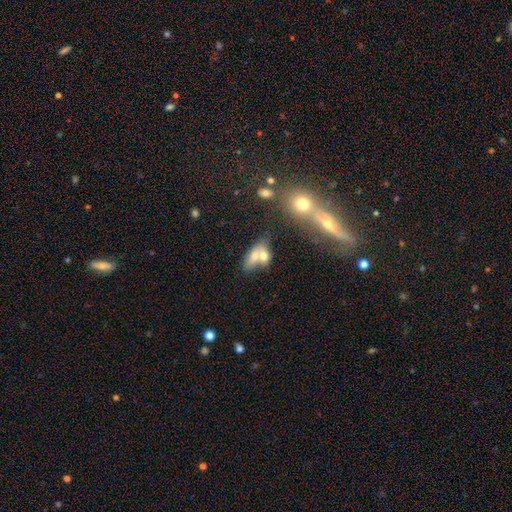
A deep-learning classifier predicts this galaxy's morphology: A smooth galaxy with no disk features (63%) that is in between round and cigar-shaped (77%).

Vote fractions:
- Smooth or featured? smooth: 63% / featured or disk: 26% / star or artifact: 11%
- How rounded? in between: 77% / round: 17% / cigar-shaped: 6%
- Merging? merger: 61% / none: 24% / minor disturbance: 9% / major disturbance: 6%